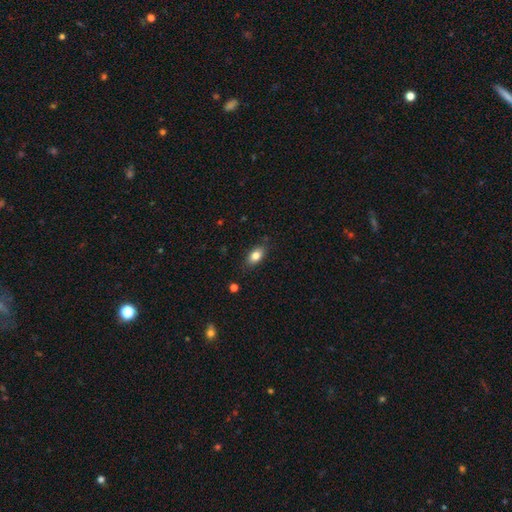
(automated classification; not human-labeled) Smooth or featured?
  - smooth: 82% *
  - featured or disk: 10%
  - star or artifact: 8%
How rounded?
  - in between: 87% *
  - round: 8%
  - cigar-shaped: 5%
Merging?
  - none: 83% *
  - minor disturbance: 13%
  - major disturbance: 3%
  - merger: 1%